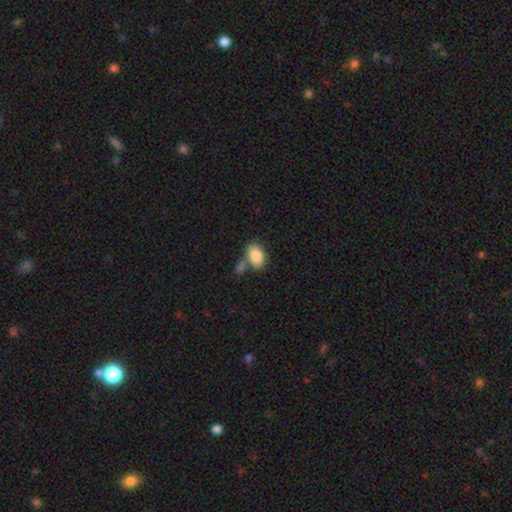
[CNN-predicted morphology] This appears to be a smooth galaxy with no disk features (84%) that is in between round and cigar-shaped (89%). Merging: none (52%).